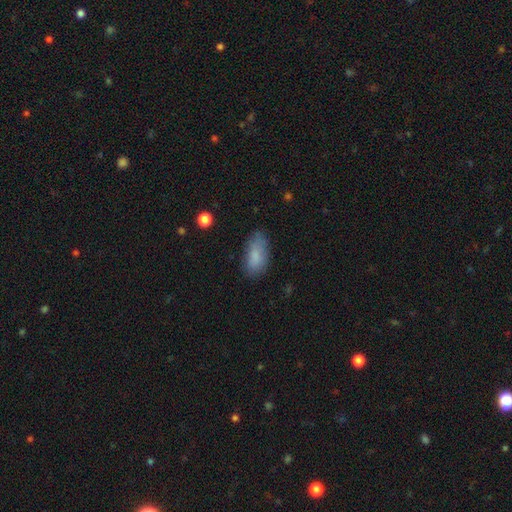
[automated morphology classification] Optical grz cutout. It shows a smooth galaxy with no disk features (84%) that is in between round and cigar-shaped (89%). Merging: none (73%).